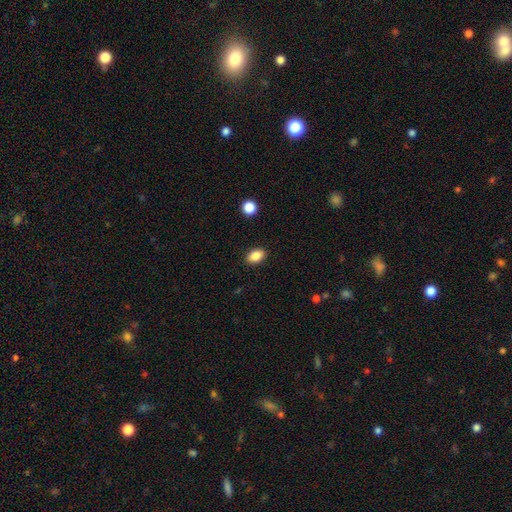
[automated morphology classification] Smooth or featured? smooth (86%)
How rounded? in between (85%)
Merging? none (89%)